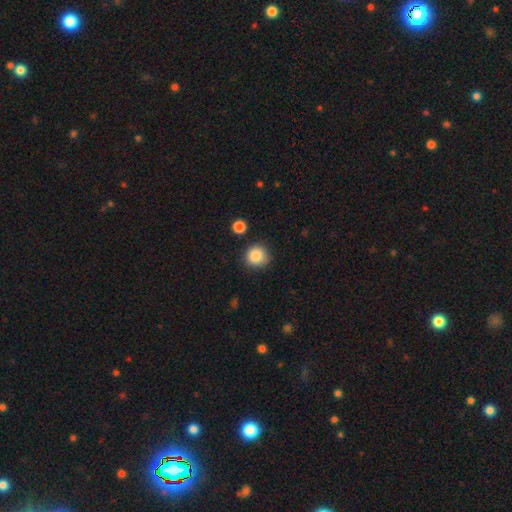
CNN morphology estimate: This is clearly a smooth galaxy (87%). How rounded: clearly round (92%). Merging: clearly none (84%).